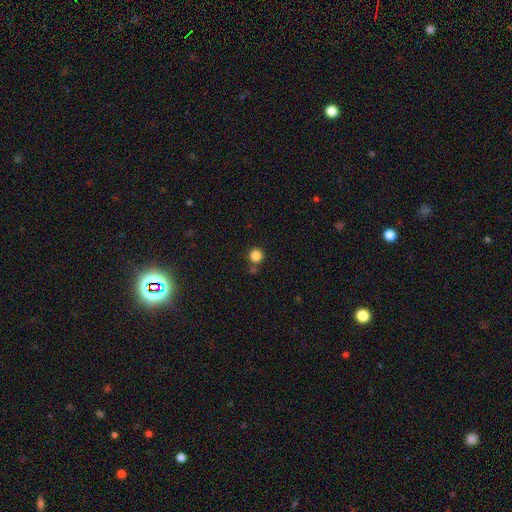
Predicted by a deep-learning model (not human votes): smooth_or_featured: smooth (p=0.85) [alt: star or artifact p=0.11]
how_rounded: round (p=0.95) [alt: in between p=0.04]
merging: none (p=0.77) [alt: merger p=0.11]